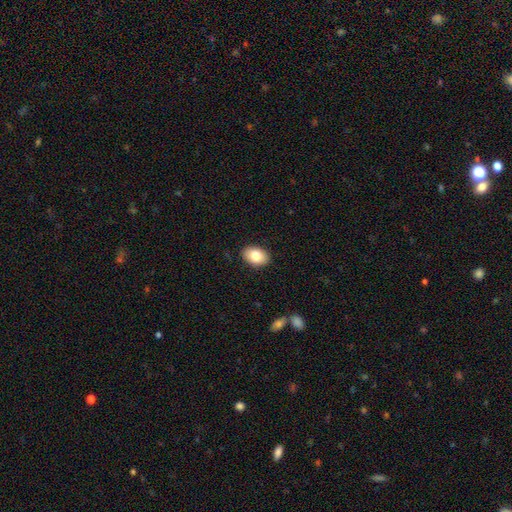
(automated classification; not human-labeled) smooth-or-featured: smooth: 81% | featured or disk: 11% | star or artifact: 7%
  how-rounded: in between: 86% | round: 13% | cigar-shaped: 1%
  merging: none: 89% | minor disturbance: 8% | major disturbance: 2% | merger: 1%